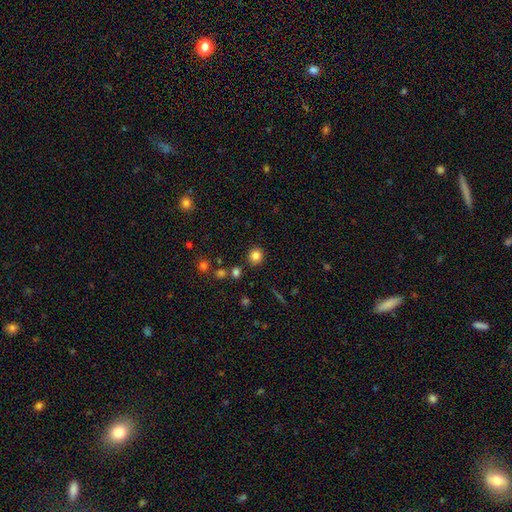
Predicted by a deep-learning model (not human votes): A smooth galaxy with no disk features (82%) that is round (89%). Merging: none (87%).